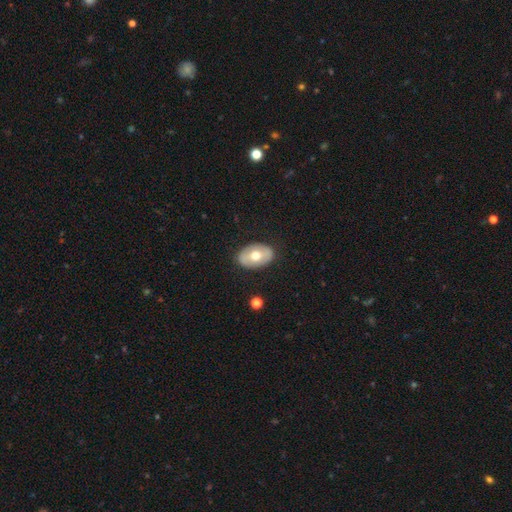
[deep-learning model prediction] Smooth or featured? Predicted: smooth (p=0.52). How rounded? Predicted: in between (p=0.86). Merging? Predicted: none (p=0.85).